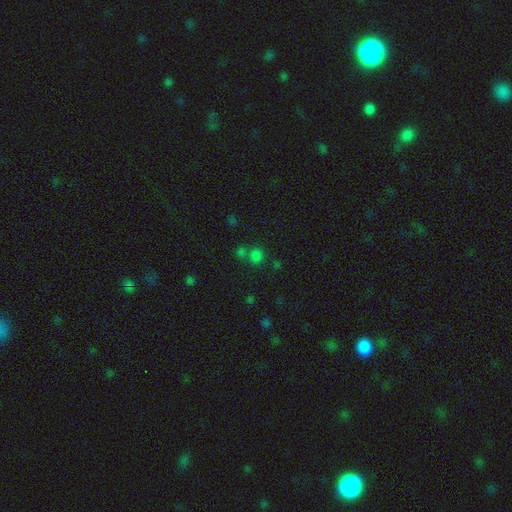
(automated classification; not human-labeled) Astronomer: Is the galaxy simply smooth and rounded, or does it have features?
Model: smooth — 46% (runner-up: star or artifact, 45%).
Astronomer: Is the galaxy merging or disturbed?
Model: none — 65%.